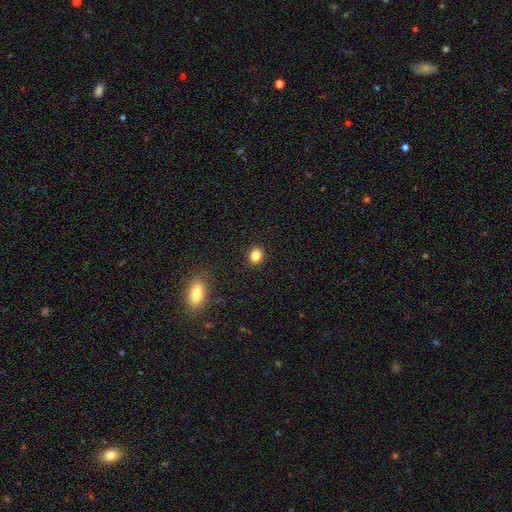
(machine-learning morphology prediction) Smooth or featured?
  - smooth: 83% *
  - star or artifact: 12%
  - featured or disk: 5%
How rounded?
  - round: 67% *
  - in between: 32%
  - cigar-shaped: 1%
Merging?
  - none: 91% *
  - minor disturbance: 6%
  - major disturbance: 2%
  - merger: 1%